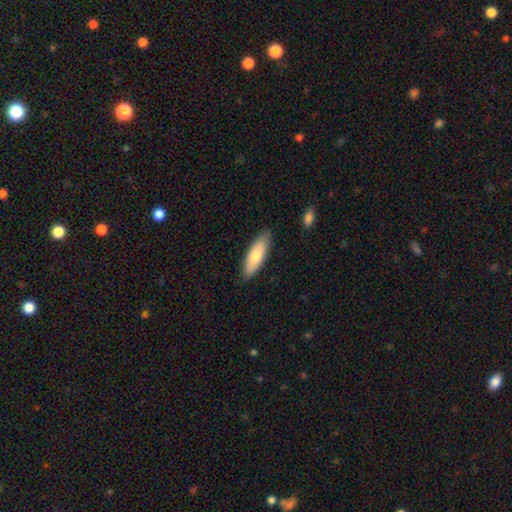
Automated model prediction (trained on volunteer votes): Smooth or featured?
  - smooth: 77% *
  - featured or disk: 17%
  - star or artifact: 5%
How rounded?
  - in between: 55% *
  - cigar-shaped: 44%
  - round: 2%
Merging?
  - none: 85% *
  - minor disturbance: 11%
  - major disturbance: 2%
  - merger: 1%